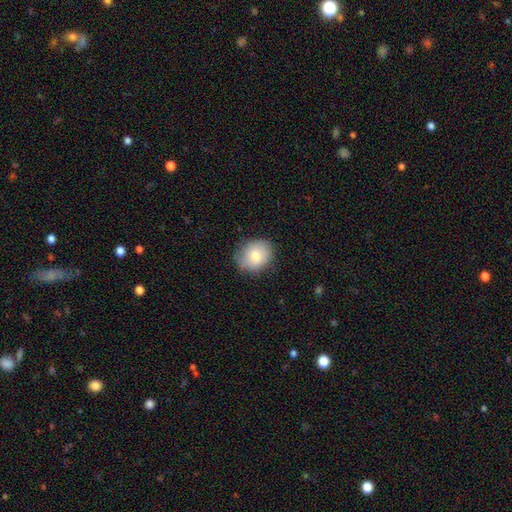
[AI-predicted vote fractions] smooth_or_featured: smooth (p=0.76) [alt: featured or disk p=0.16]
how_rounded: round (p=0.63) [alt: in between p=0.36]
merging: none (p=0.77) [alt: minor disturbance p=0.18]